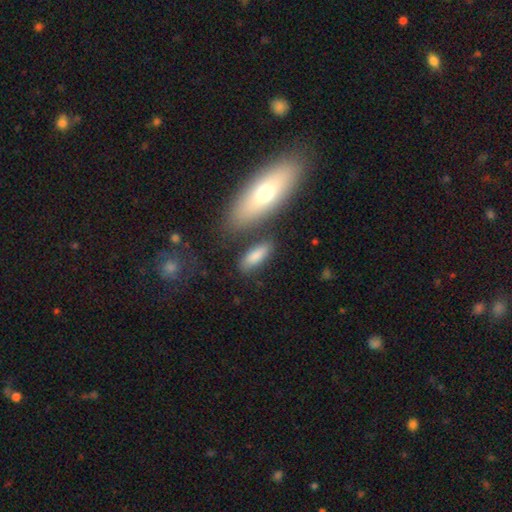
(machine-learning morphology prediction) smooth_or_featured: smooth (p=0.83) [alt: featured or disk p=0.10]
how_rounded: in between (p=0.67) [alt: cigar-shaped p=0.29]
merging: none (p=0.73) [alt: minor disturbance p=0.14]